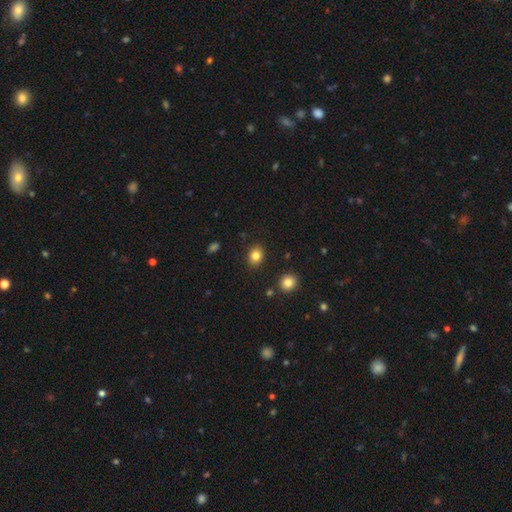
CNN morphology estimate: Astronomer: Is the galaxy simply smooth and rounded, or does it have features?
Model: smooth — 83%.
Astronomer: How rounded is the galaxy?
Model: round — 50% (runner-up: in between, 49%).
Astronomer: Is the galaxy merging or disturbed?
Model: none — 88%.